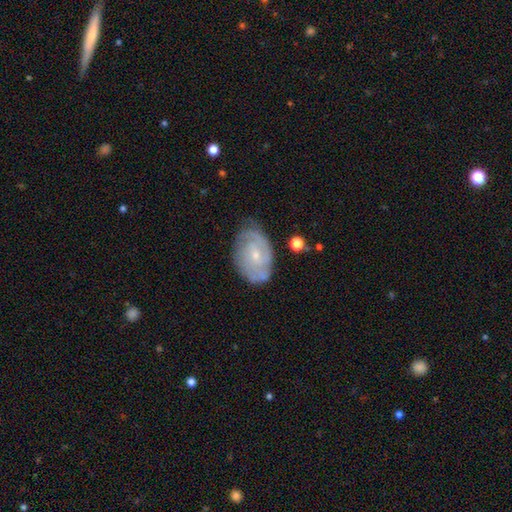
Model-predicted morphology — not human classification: Smooth or featured? featured or disk (74%)
Edge-on disk? no (96%)
Bar? no (64%)
Spiral arms? yes (88%)
Spiral winding? tight (59%)
Spiral arm count? can't tell (38%)
Bulge size? small (71%)
Merging? none (67%)